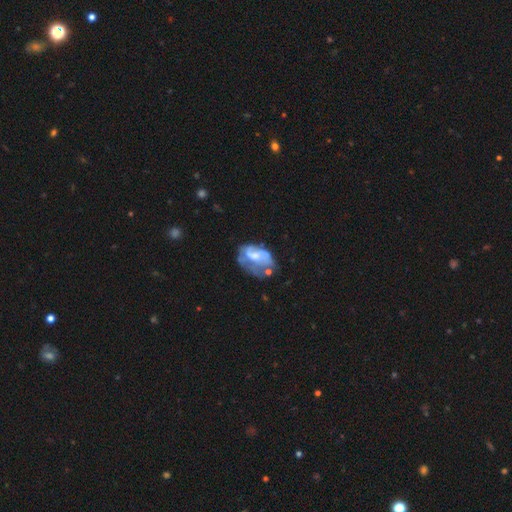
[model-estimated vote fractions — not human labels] The model was most divided on "merging": major disturbance: 32%, none: 31%, minor disturbance: 26%, merger: 11%. Remaining: edge-on disk — no (97%); bar — no (68%); smooth or featured — featured or disk (61%); spiral arms — no (51%); bulge size — moderate (38%).